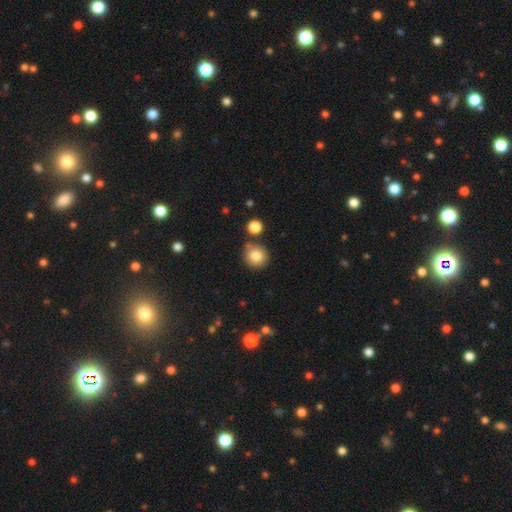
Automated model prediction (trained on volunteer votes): Smooth or featured: smooth — 83% (star or artifact — 9%)
How rounded: round — 90% (in between — 10%)
Merging: none — 75% (minor disturbance — 11%)